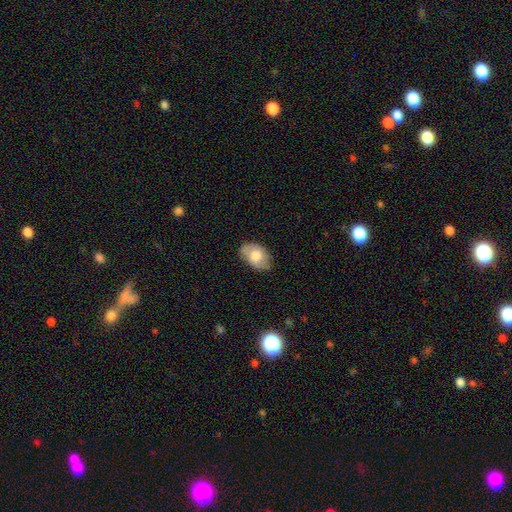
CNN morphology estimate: The model was most divided on "smooth or featured": smooth: 61%, featured or disk: 33%, star or artifact: 7%. More confident: how rounded — in between (86%); merging — none (70%).